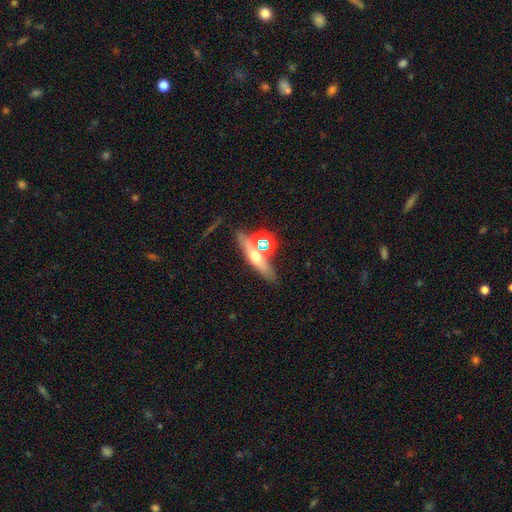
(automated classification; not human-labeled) A smooth galaxy with no disk features (40%, tied with featured or disk).

Vote fractions:
- Smooth or featured? smooth: 40% (tied) / featured or disk: 40% (tied) / star or artifact: 20%
- Merging? none: 66% / merger: 16% / minor disturbance: 12% / major disturbance: 6%